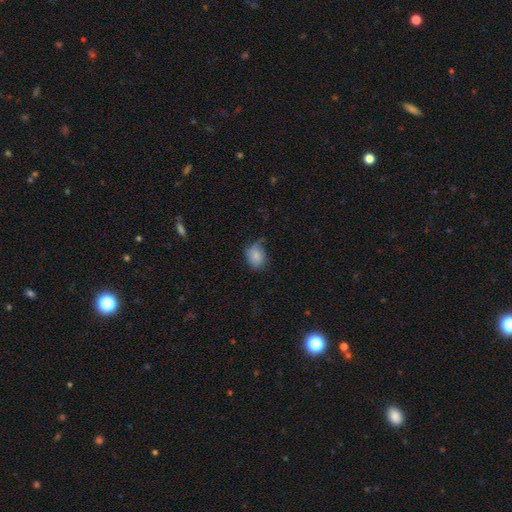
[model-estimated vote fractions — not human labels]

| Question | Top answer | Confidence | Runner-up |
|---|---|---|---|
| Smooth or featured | smooth | 81% | featured or disk (10%) |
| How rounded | in between | 67% | round (32%) |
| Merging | none | 49% | minor disturbance (35%) |